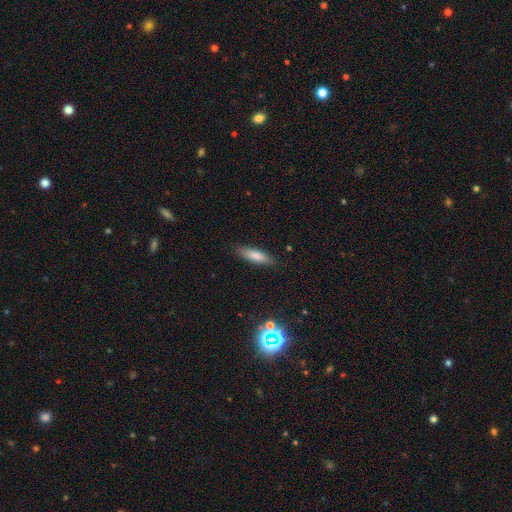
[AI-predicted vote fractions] smooth_or_featured: smooth (p=0.79) [alt: featured or disk p=0.14]
how_rounded: cigar-shaped (p=0.57) [alt: in between p=0.41]
merging: none (p=0.86) [alt: minor disturbance p=0.10]